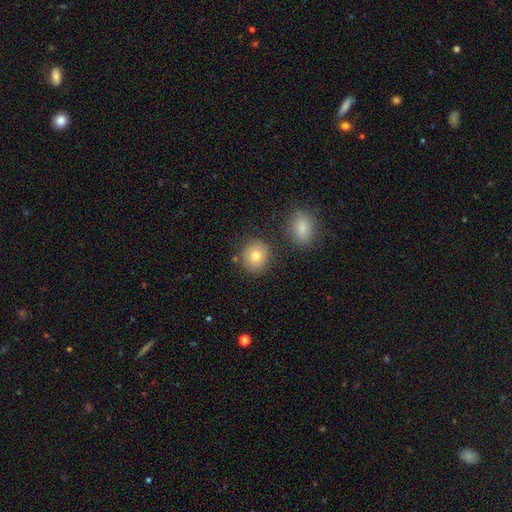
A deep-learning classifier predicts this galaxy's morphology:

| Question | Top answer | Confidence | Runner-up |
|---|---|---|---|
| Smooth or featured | smooth | 79% | featured or disk (11%) |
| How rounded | round | 85% | in between (15%) |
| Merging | none | 81% | minor disturbance (9%) |